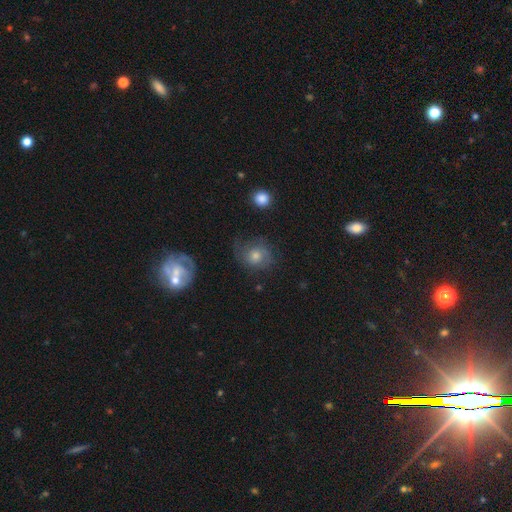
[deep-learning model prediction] Smooth or featured? featured or disk (48%)
Merging? none (65%)